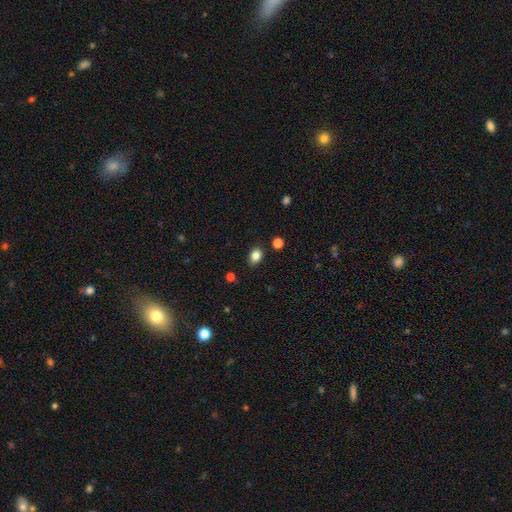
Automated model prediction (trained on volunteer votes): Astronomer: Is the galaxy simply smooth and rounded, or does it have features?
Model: smooth — 84%.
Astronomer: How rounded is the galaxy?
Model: in between — 68%.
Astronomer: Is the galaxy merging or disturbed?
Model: none — 85%.